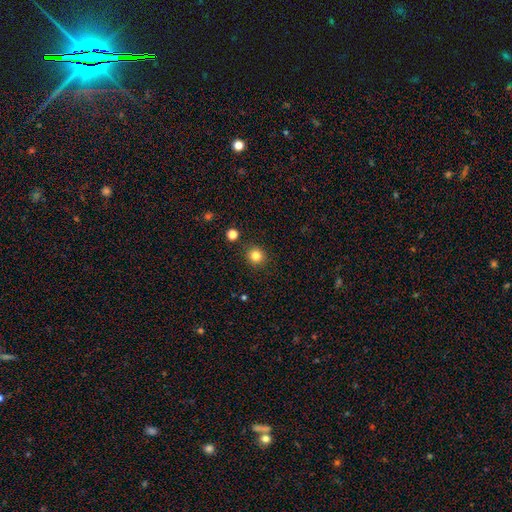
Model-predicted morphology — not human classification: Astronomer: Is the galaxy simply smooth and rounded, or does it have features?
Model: smooth — 82%.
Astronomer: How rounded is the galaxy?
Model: round — 91%.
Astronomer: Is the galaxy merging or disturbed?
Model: none — 91%.